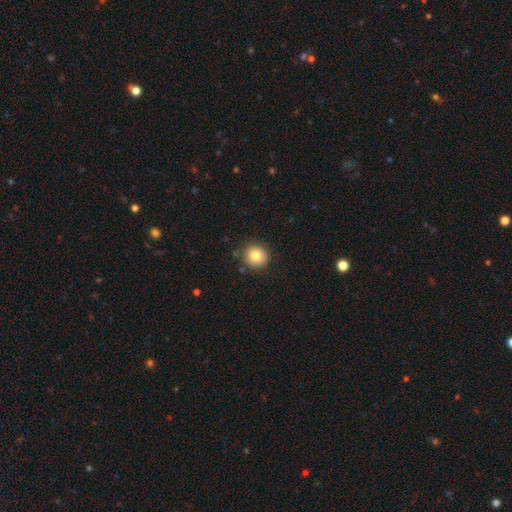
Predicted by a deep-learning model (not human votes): Morphology: type=smooth (82%); roundness=round (92%); merging=none (85%).